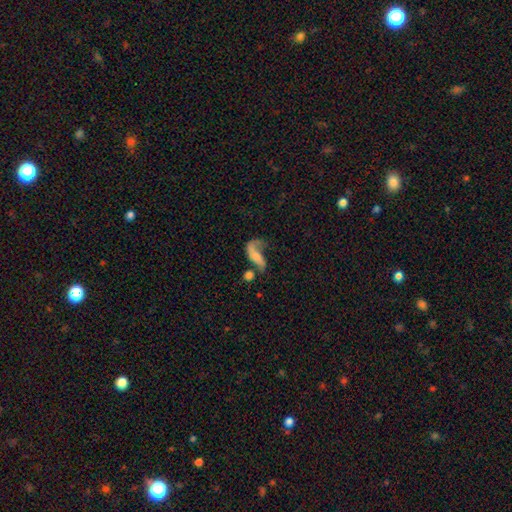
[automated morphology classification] Smooth or featured?
  - featured or disk: 52% *
  - smooth: 38%
  - star or artifact: 10%
Edge-on disk?
  - no: 92% *
  - yes: 8%
Merging?
  - major disturbance: 37% *
  - none: 25%
  - merger: 23%
  - minor disturbance: 15%